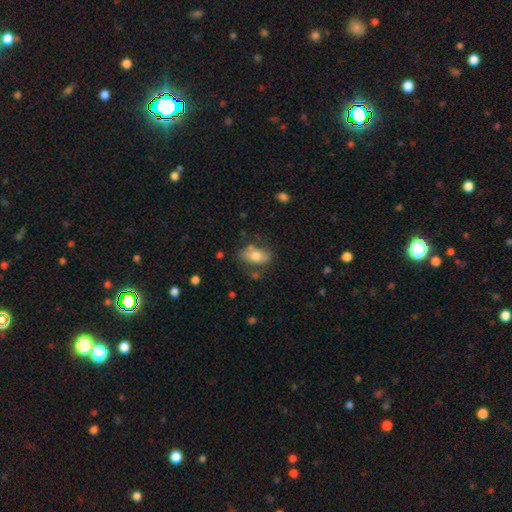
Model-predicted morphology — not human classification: This appears to be a smooth galaxy with no disk features (70%) that is in between round and cigar-shaped (88%). Merging: none (62%).